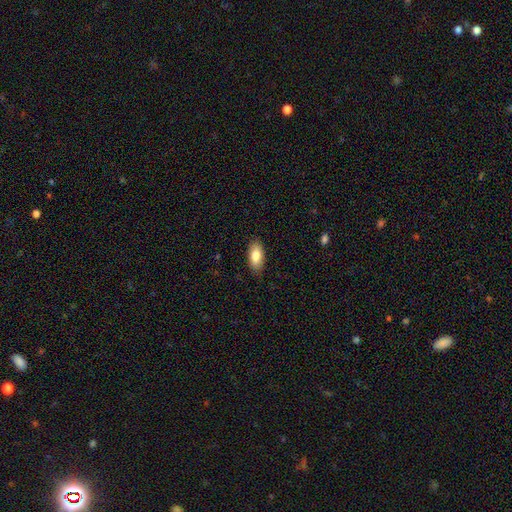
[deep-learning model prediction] smooth-or-featured: smooth: 83% | featured or disk: 10% | star or artifact: 6%
  how-rounded: in between: 90% | cigar-shaped: 8% | round: 3%
  merging: none: 85% | minor disturbance: 12% | major disturbance: 2% | merger: 1%